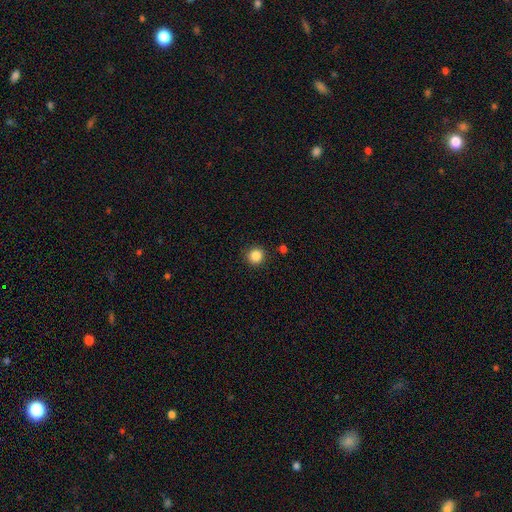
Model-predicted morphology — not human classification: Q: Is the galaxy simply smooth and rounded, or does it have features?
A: smooth — 86%.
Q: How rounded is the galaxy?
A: round — 94%.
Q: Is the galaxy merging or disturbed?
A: none — 90%.